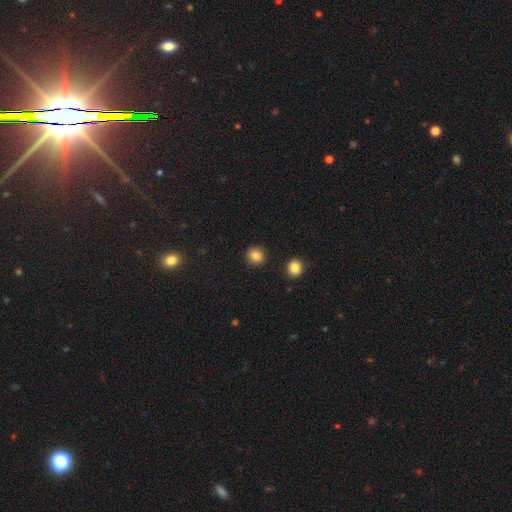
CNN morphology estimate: Overall: smooth (85%). How rounded: round (89%). Merging: none (91%).